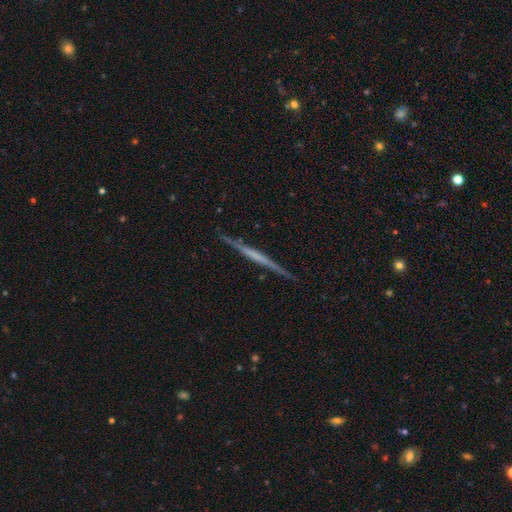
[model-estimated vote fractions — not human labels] Smooth or featured? featured or disk (68%)
Edge-on disk? yes (97%)
Edge-on bulge? none (74%)
Merging? none (89%)